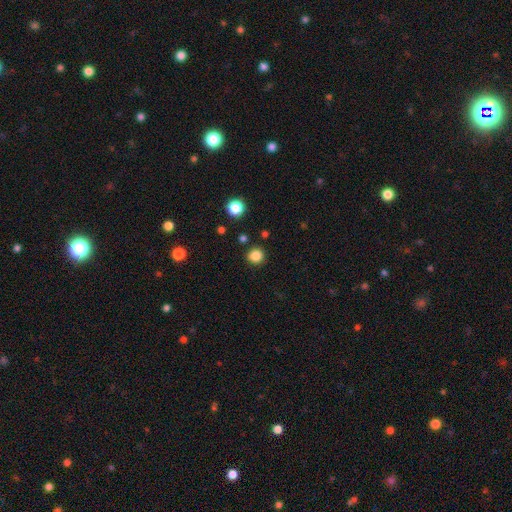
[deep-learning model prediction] This is clearly a smooth galaxy (84%). How rounded: clearly round (93%). Merging: clearly none (90%).